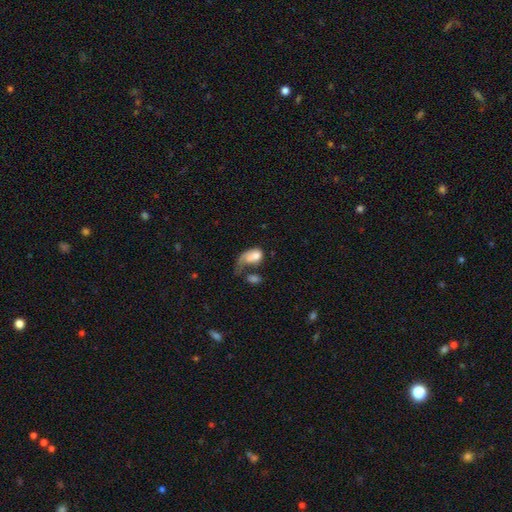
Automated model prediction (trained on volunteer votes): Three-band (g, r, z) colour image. It shows a smooth galaxy with no disk features (54%) that is in between round and cigar-shaped (79%). Merging: major disturbance (46%).